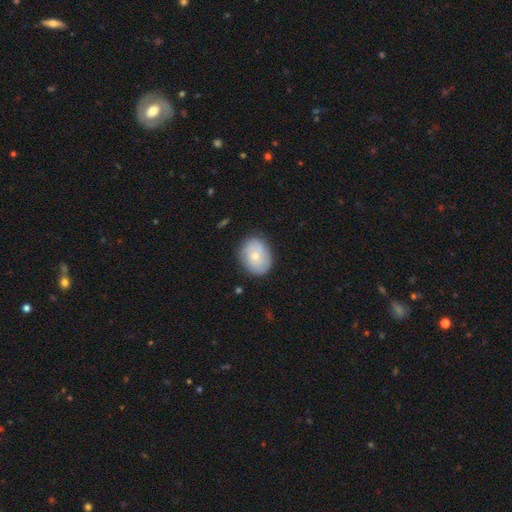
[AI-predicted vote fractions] Smooth or featured: smooth — 52% (featured or disk — 42%)
How rounded: round — 50% (in between — 49%)
Merging: none — 79% (minor disturbance — 15%)